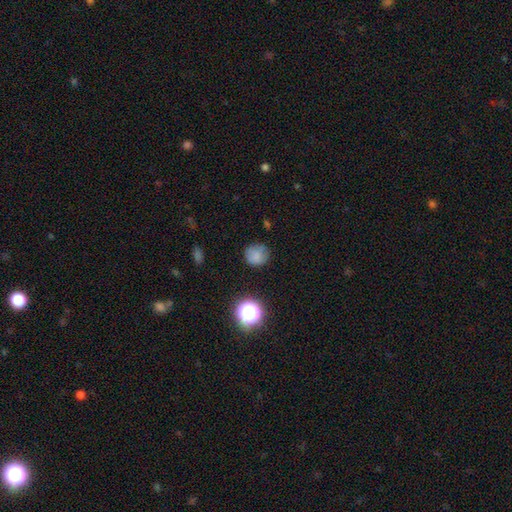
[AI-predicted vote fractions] A smooth galaxy with no disk features (78%) that is round (85%).

Vote fractions:
- Smooth or featured? smooth: 78% / star or artifact: 14% / featured or disk: 8%
- How rounded? round: 85% / in between: 14% / cigar-shaped: 1%
- Merging? none: 75% / minor disturbance: 17% / major disturbance: 6% / merger: 2%